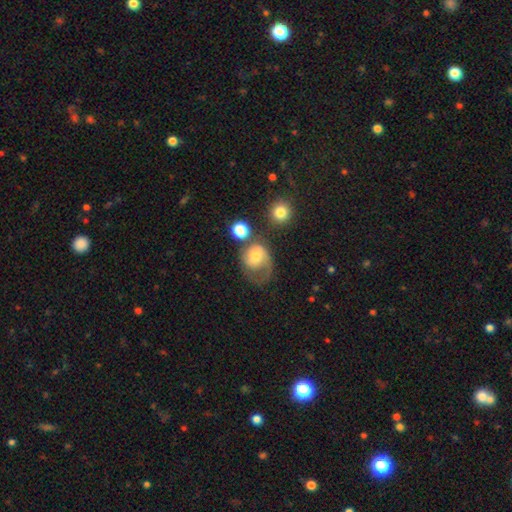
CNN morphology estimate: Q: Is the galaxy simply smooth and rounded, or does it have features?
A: featured or disk — 47%.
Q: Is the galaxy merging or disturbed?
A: major disturbance — 39%.